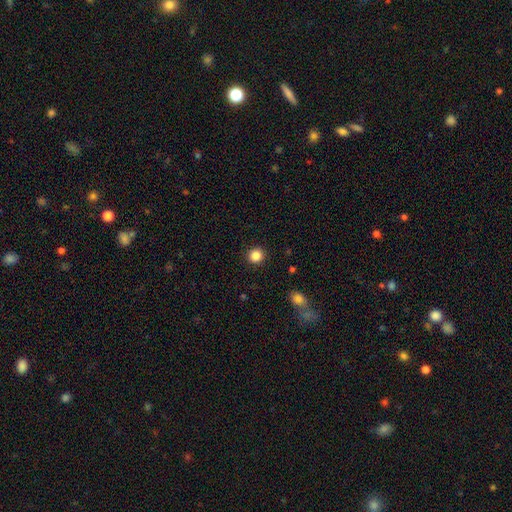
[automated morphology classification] Smooth or featured? smooth (86%)
How rounded? round (92%)
Merging? none (92%)